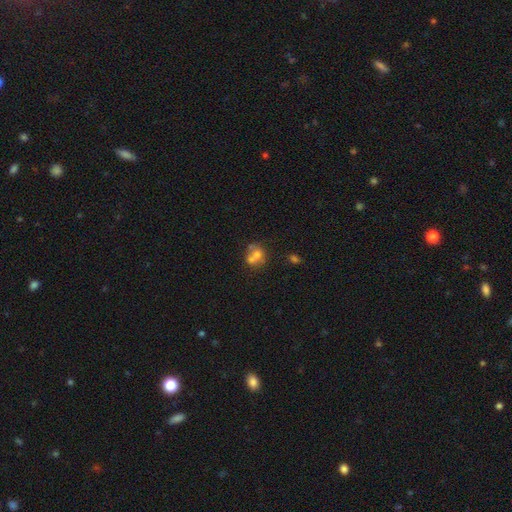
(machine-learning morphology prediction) This is likely a smooth galaxy (61%). How rounded: likely round (67%). Merging: possibly merger (56%).